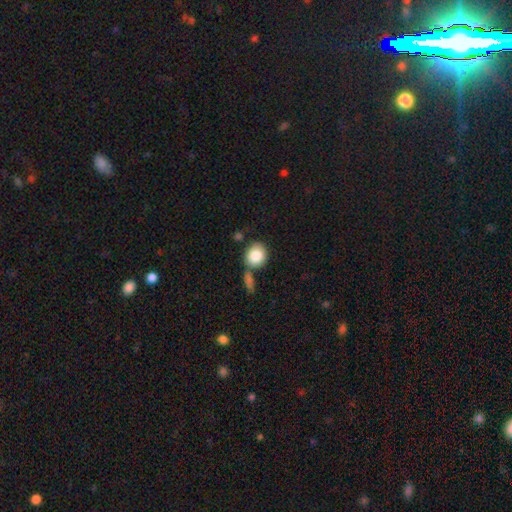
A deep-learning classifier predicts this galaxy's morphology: A smooth galaxy with no disk features (85%) that is round (74%).

Vote fractions:
- Smooth or featured? smooth: 85% / featured or disk: 8% / star or artifact: 7%
- How rounded? round: 74% / in between: 25% / cigar-shaped: 1%
- Merging? none: 63% / merger: 19% / minor disturbance: 13% / major disturbance: 5%